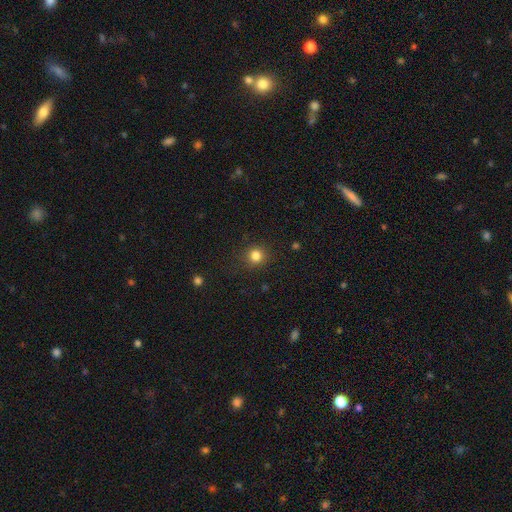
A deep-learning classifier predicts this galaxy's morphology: smooth-or-featured: smooth: 83% | star or artifact: 13% | featured or disk: 5%
  how-rounded: round: 92% | in between: 7% | cigar-shaped: 1%
  merging: none: 90% | minor disturbance: 7% | major disturbance: 3% | merger: 1%